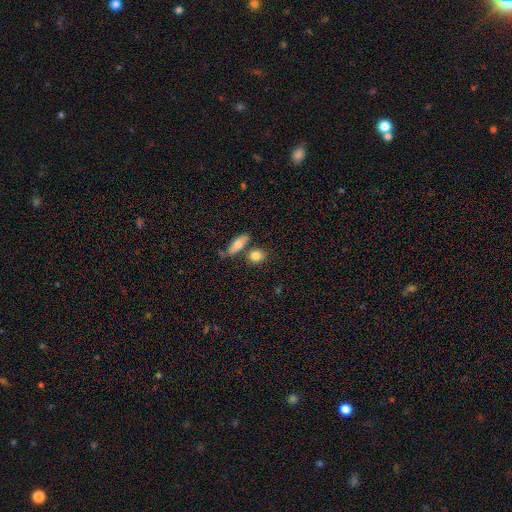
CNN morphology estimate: This appears to be a smooth galaxy with no disk features (82%) that is round (57%). Merging: none (63%).